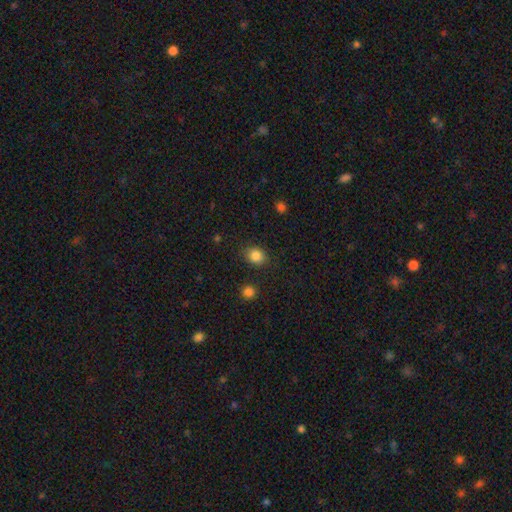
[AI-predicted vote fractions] Smooth or featured? smooth (85%)
How rounded? round (64%)
Merging? none (85%)